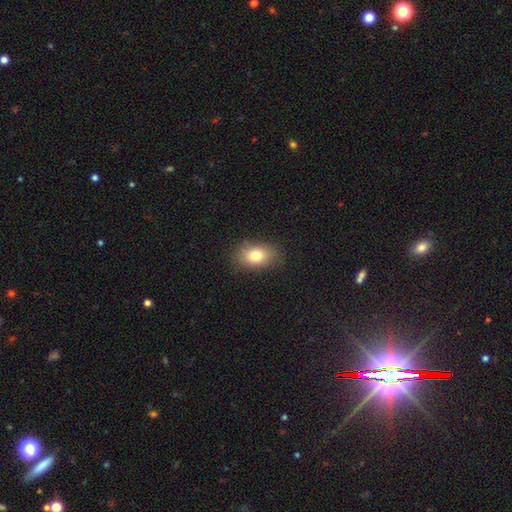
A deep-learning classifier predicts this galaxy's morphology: Smooth or featured: smooth — 80% (featured or disk — 11%)
How rounded: in between — 82% (round — 17%)
Merging: none — 84% (minor disturbance — 11%)